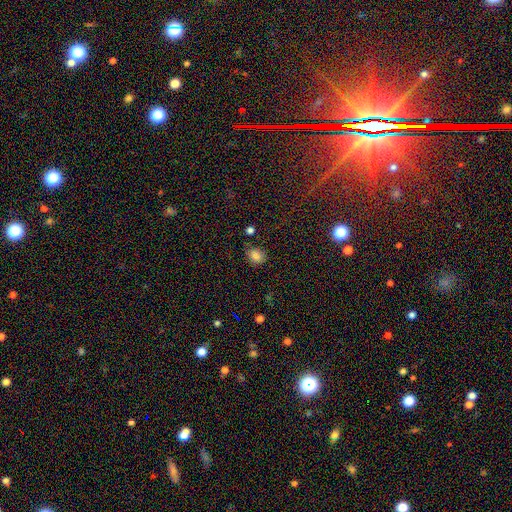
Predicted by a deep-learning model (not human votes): Smooth or featured? Predicted: smooth (p=0.81). How rounded? Predicted: round (p=0.59). Merging? Predicted: none (p=0.74).